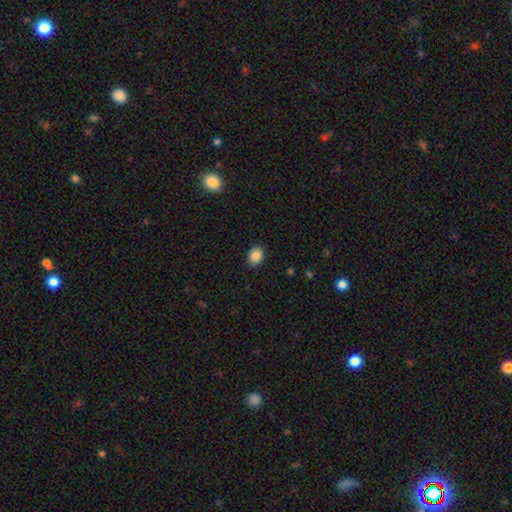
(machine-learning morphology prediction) type=smooth (87%); roundness=in between (67%); merging=none (89%).